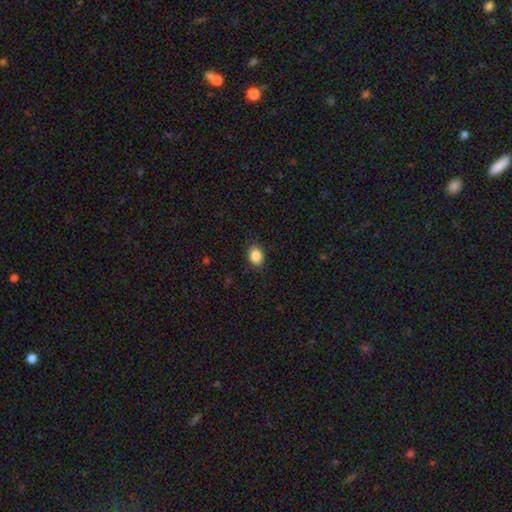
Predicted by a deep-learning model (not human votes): This appears to be a smooth galaxy with no disk features (87%) that is in between round and cigar-shaped (73%). Merging: none (87%).